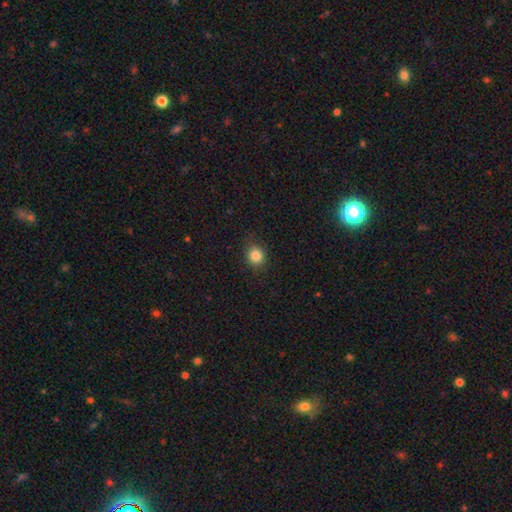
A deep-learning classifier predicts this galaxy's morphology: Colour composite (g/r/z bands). It shows a smooth galaxy with no disk features (85%) that is round (79%). Merging: none (86%).